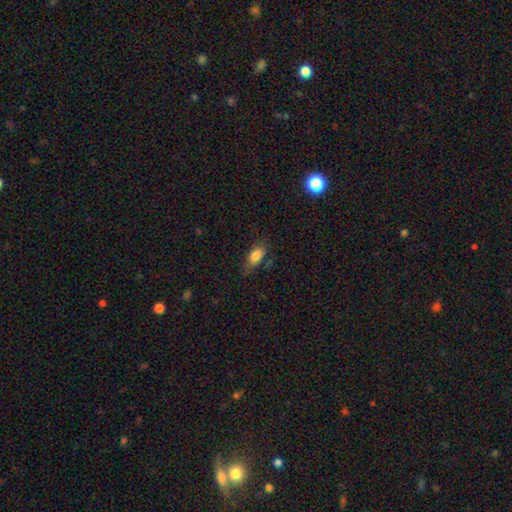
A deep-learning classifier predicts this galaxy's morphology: A smooth galaxy with no disk features (82%) that is in between round and cigar-shaped (87%).

Vote fractions:
- Smooth or featured? smooth: 82% / featured or disk: 10% / star or artifact: 9%
- How rounded? in between: 87% / round: 7% / cigar-shaped: 7%
- Merging? none: 67% / minor disturbance: 23% / major disturbance: 7% / merger: 3%